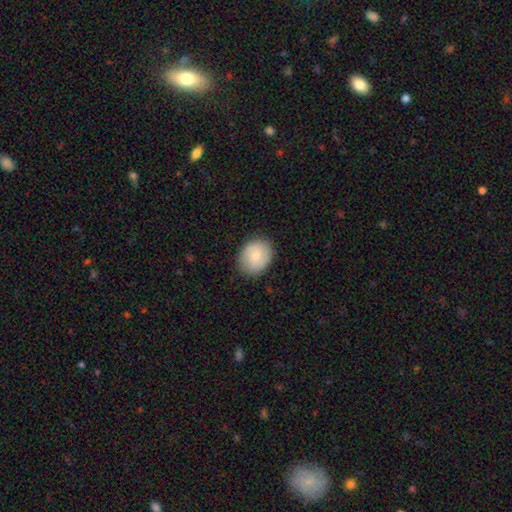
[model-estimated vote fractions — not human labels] A smooth galaxy with no disk features (71%) that is round (58%). Merging: none (85%).